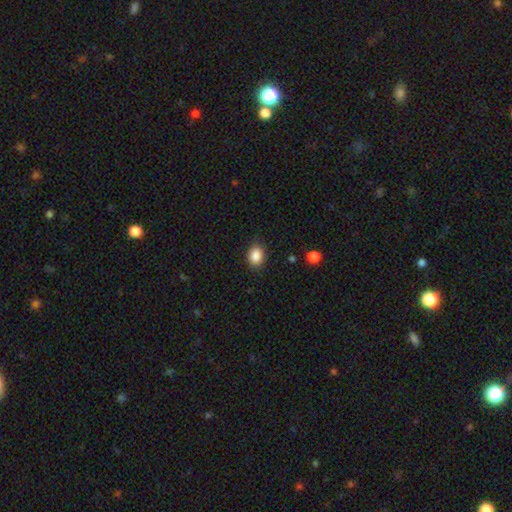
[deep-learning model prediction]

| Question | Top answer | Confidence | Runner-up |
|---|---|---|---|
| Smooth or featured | smooth | 87% | star or artifact (9%) |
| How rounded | in between | 52% | round (47%) |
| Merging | none | 86% | minor disturbance (10%) |